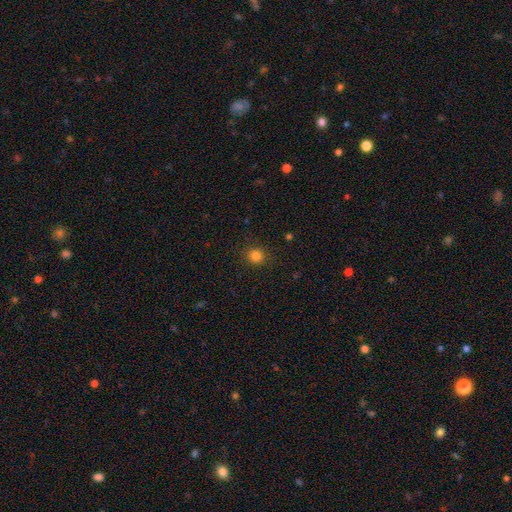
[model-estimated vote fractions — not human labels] Morphology: type=smooth (82%); roundness=round (85%); merging=none (89%).